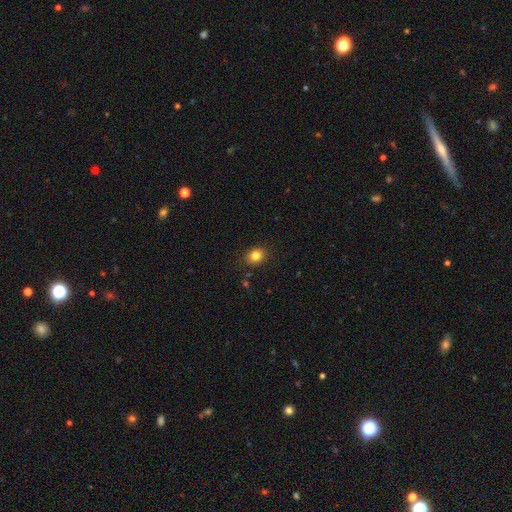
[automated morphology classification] Overall: smooth (82%). How rounded: round (56%; in between 43%). Merging: none (87%).